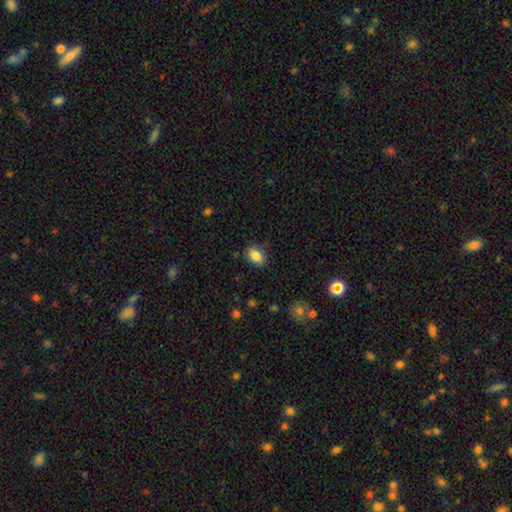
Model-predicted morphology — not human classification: A smooth galaxy with no disk features (85%) that is in between round and cigar-shaped (87%). Merging: none (83%).